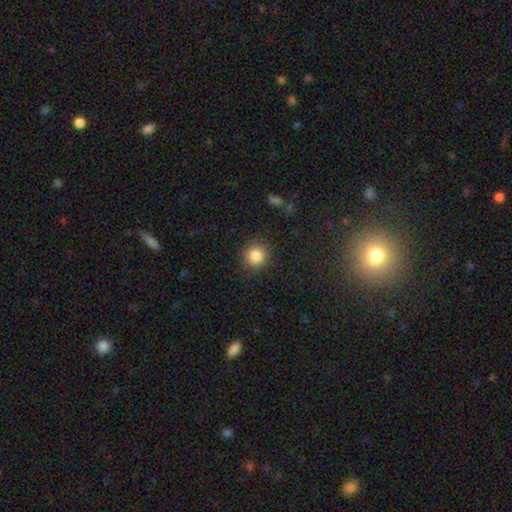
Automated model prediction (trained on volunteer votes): This is clearly a smooth galaxy (85%). How rounded: clearly round (91%). Merging: clearly none (89%).